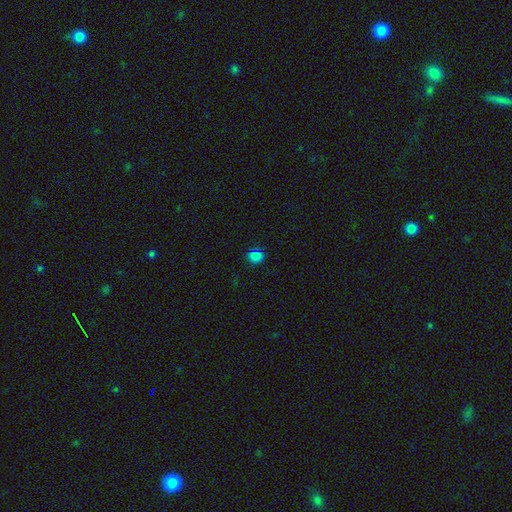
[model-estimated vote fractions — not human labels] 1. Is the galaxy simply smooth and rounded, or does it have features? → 79% smooth, 18% star or artifact, 4% featured or disk.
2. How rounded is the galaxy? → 63% round, 35% in between, 1% cigar-shaped.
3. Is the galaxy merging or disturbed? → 84% none, 11% minor disturbance, 3% major disturbance, 2% merger.